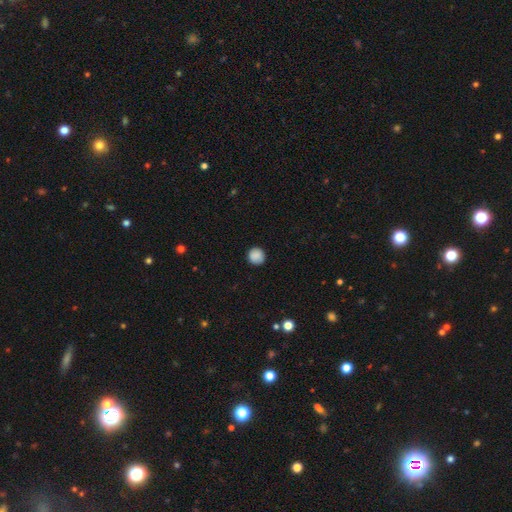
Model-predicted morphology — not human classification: smooth 87%, star or artifact 9%, featured or disk 4%. Down the decision tree: how rounded — round (93%); merging — none (89%).